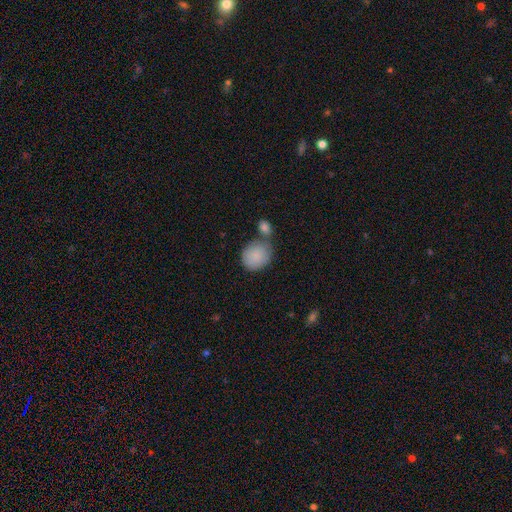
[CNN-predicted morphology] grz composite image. It shows a smooth galaxy with no disk features (87%) that is round (69%). Merging: none (48%).